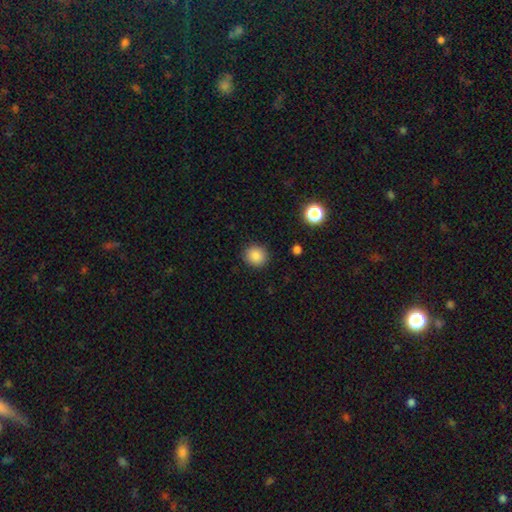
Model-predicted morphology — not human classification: A smooth galaxy with no disk features (86%) that is round (89%).

Vote fractions:
- Smooth or featured? smooth: 86% / star or artifact: 10% / featured or disk: 4%
- How rounded? round: 89% / in between: 10% / cigar-shaped: 1%
- Merging? none: 91% / minor disturbance: 6% / major disturbance: 2% / merger: 1%